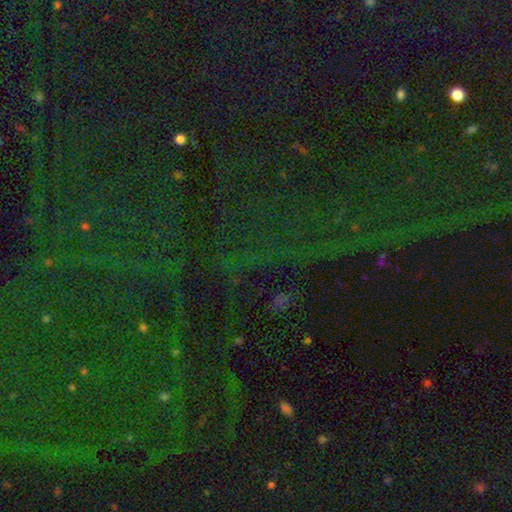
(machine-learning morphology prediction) Smooth or featured? Predicted: star or artifact (p=0.81).